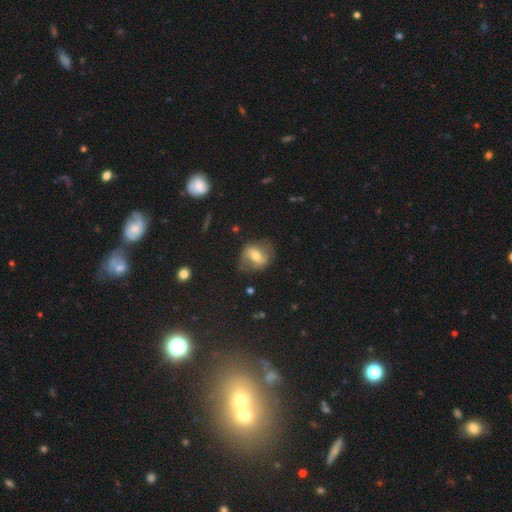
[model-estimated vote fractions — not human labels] Smooth or featured? Predicted: featured or disk (p=0.48). Merging? Predicted: none (p=0.68).